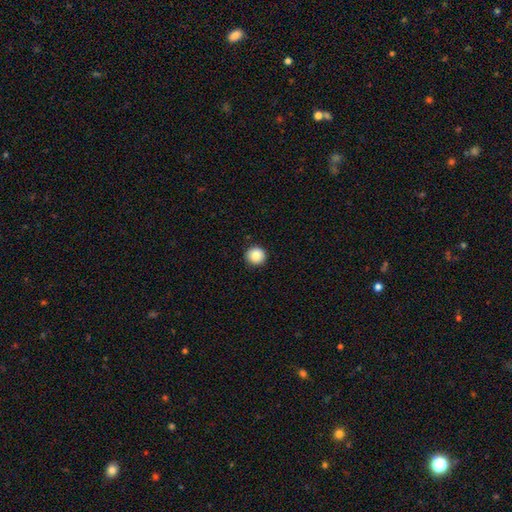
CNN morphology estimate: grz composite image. It shows a smooth galaxy with no disk features (85%) that is round (94%). Merging: none (92%).